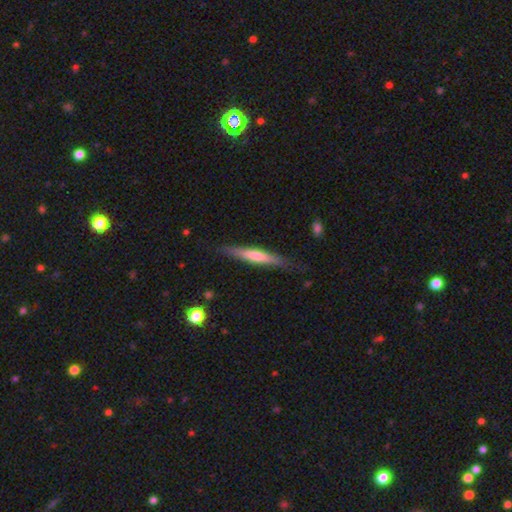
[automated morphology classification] Q: Smooth or featured?
A: smooth (48%); runner-up: featured or disk (47%)
Q: Merging?
A: none (83%); runner-up: minor disturbance (13%)